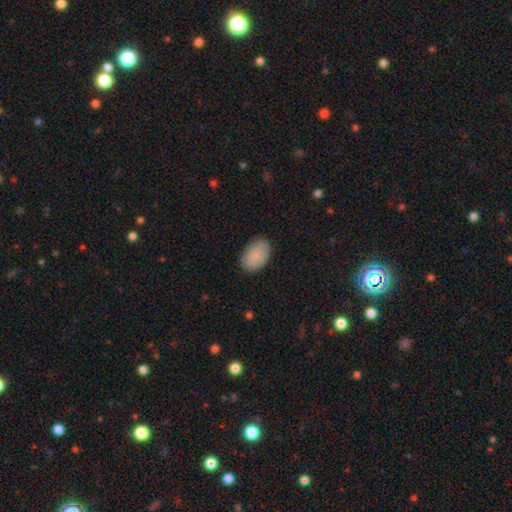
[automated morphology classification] This appears to be a smooth galaxy with no disk features (85%) that is in between round and cigar-shaped (89%). Merging: none (83%).